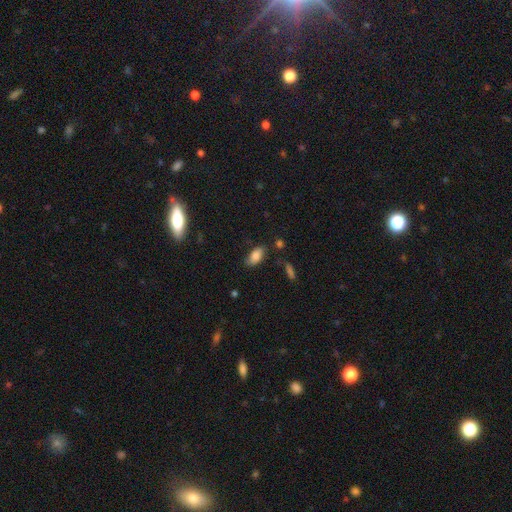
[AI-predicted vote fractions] Smooth or featured?
  - smooth: 83% *
  - featured or disk: 9%
  - star or artifact: 8%
How rounded?
  - in between: 92% *
  - cigar-shaped: 5%
  - round: 3%
Merging?
  - none: 77% *
  - minor disturbance: 16%
  - major disturbance: 4%
  - merger: 3%